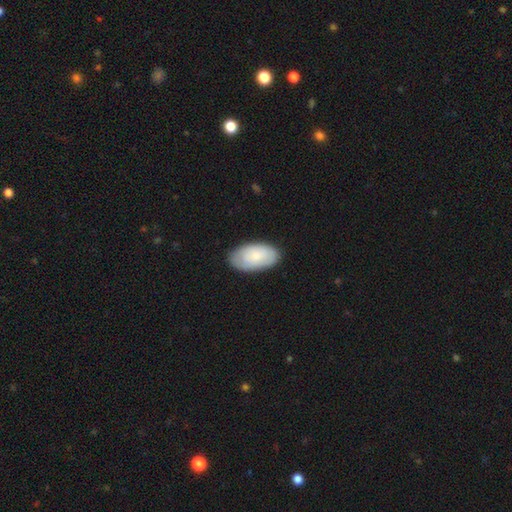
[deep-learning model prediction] Smooth or featured? Predicted: smooth (p=0.74). How rounded? Predicted: in between (p=0.95). Merging? Predicted: none (p=0.81).